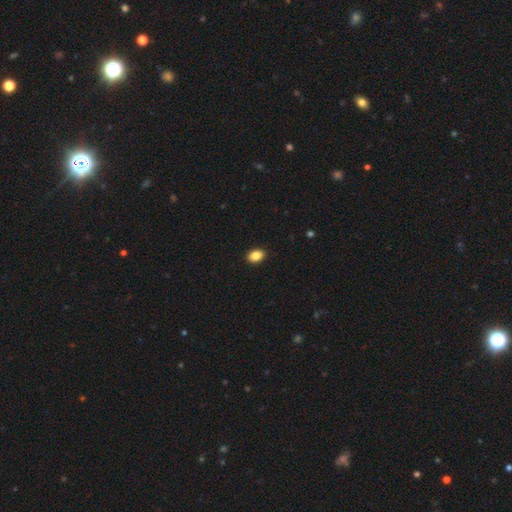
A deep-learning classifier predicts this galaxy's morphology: Smooth or featured: smooth — 87% (star or artifact — 9%)
How rounded: in between — 81% (round — 18%)
Merging: none — 91% (minor disturbance — 7%)